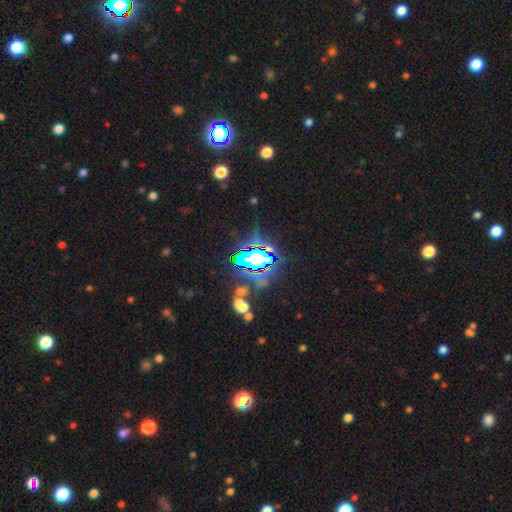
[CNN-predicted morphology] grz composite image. It shows a star or artifact, not a galaxy (77%).